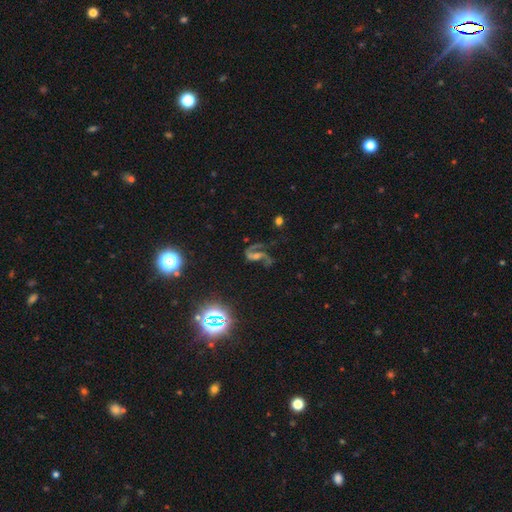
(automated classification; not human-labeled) smooth-or-featured: featured or disk: 76% | star or artifact: 15% | smooth: 9%
  disk-edge-on: no: 96% | yes: 4%
    bar: no: 40% | weak: 36% | strong: 24%
    has-spiral-arms: yes: 92% | no: 8%
      spiral-winding: loose: 65% | medium: 29% | tight: 6%
      spiral-arm-count: 2: 82% | 1: 11% | can't tell: 3% | 3: 1% | 4: 1% | more than 4: 1%
    bulge-size: small: 37% | moderate: 28% | none: 27% | large: 6% | dominant: 2%
  merging: none: 48% | major disturbance: 28% | minor disturbance: 17% | merger: 7%